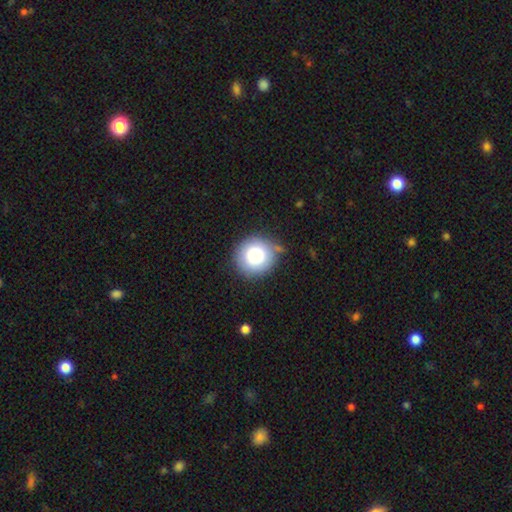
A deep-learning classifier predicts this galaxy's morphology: Overall: smooth (81%). How rounded: round (92%). Merging: none (76%).